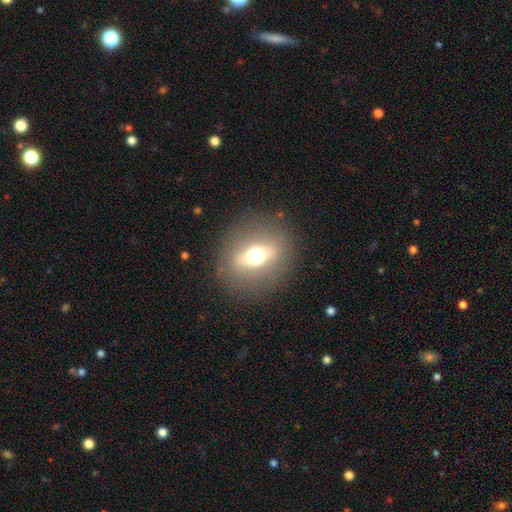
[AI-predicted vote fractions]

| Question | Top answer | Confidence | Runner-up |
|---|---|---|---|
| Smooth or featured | smooth | 43% | featured or disk (42%) |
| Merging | none | 85% | minor disturbance (8%) |